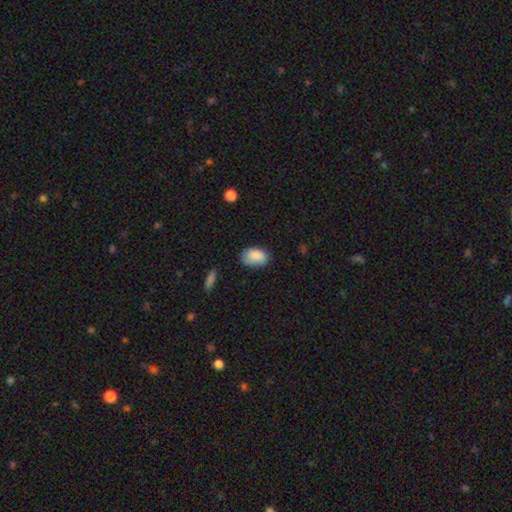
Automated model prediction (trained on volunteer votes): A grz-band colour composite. It shows a smooth galaxy with no disk features (87%) that is in between round and cigar-shaped (85%). Merging: none (70%).